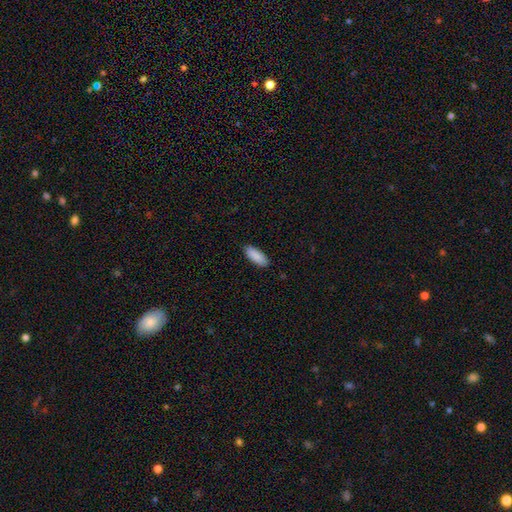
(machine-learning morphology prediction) Smooth or featured: smooth — 91% (star or artifact — 6%)
How rounded: in between — 75% (cigar-shaped — 24%)
Merging: none — 89% (minor disturbance — 9%)